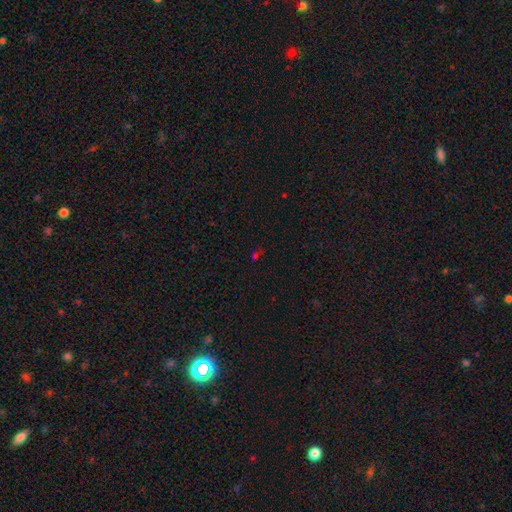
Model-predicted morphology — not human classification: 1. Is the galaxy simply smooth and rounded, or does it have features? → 52% star or artifact, 40% smooth, 8% featured or disk.